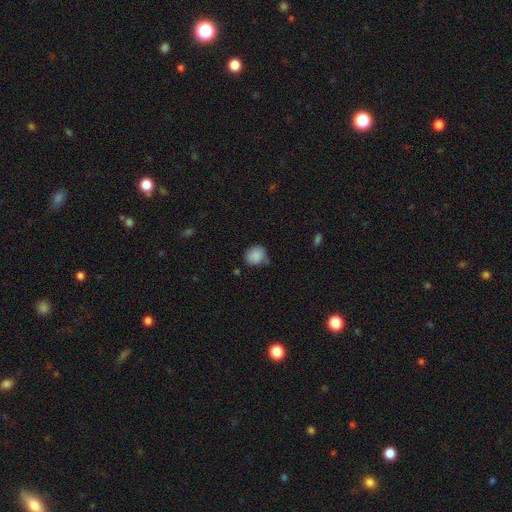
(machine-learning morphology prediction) smooth_or_featured: smooth (p=0.86) [alt: star or artifact p=0.09]
how_rounded: round (p=0.76) [alt: in between p=0.23]
merging: none (p=0.66) [alt: minor disturbance p=0.25]